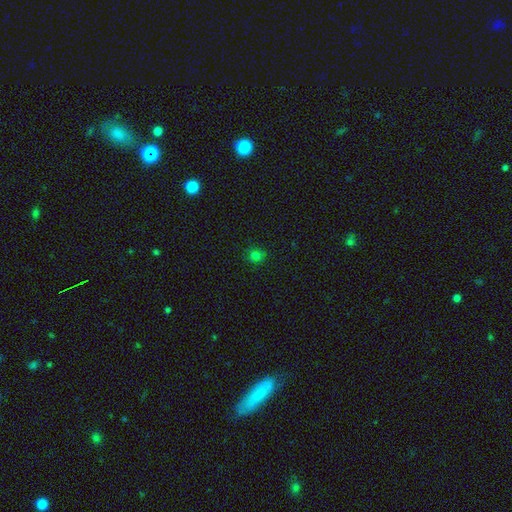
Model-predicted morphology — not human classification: This appears to be a smooth galaxy with no disk features (78%) that is round (86%). Merging: none (88%).